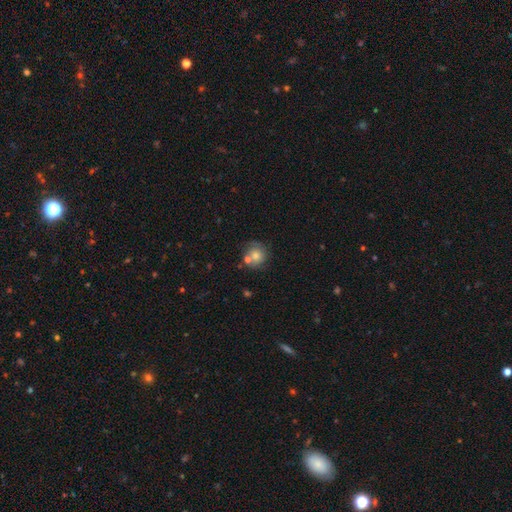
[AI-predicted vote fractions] Smooth or featured: smooth — 67% (featured or disk — 23%)
How rounded: round — 85% (in between — 14%)
Merging: none — 55% (merger — 20%)